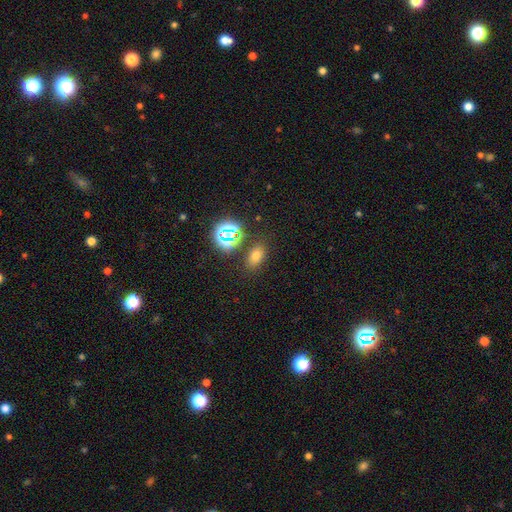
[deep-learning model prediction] Smooth or featured? smooth (65%)
How rounded? in between (79%)
Merging? none (81%)